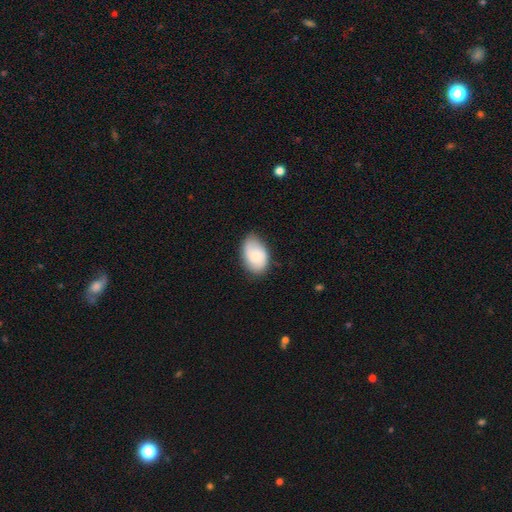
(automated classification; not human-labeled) smooth 72%, featured or disk 22%, star or artifact 7%. Down the decision tree: how rounded — in between (89%); merging — none (70%).